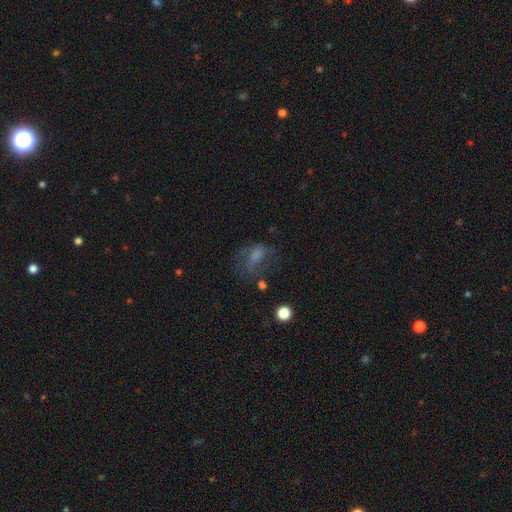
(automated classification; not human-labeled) Q: Smooth or featured?
A: featured or disk (39%); runner-up: smooth (37%)
Q: Merging?
A: none (45%); runner-up: major disturbance (30%)